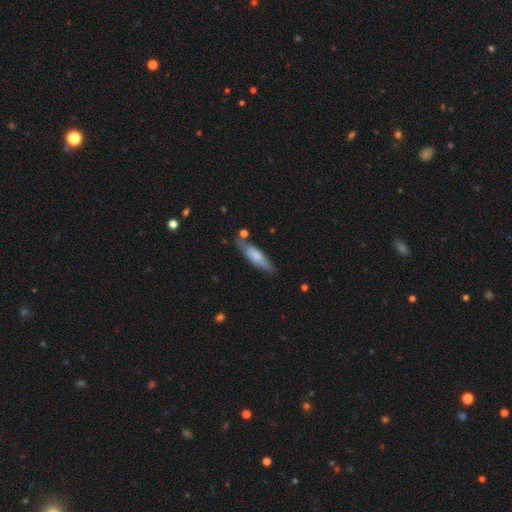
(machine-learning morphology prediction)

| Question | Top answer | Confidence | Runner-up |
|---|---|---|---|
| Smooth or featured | smooth | 63% | featured or disk (31%) |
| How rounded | cigar-shaped | 62% | in between (36%) |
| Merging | none | 67% | minor disturbance (21%) |